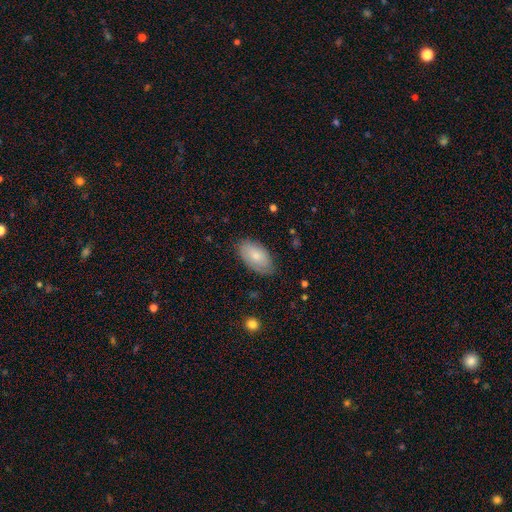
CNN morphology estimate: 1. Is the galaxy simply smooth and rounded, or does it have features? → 72% smooth, 22% featured or disk, 6% star or artifact.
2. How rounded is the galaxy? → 95% in between, 3% round, 2% cigar-shaped.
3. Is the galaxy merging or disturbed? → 78% none, 18% minor disturbance, 3% major disturbance, 1% merger.